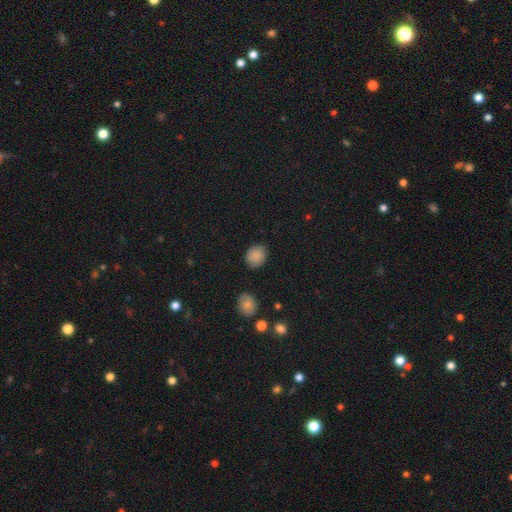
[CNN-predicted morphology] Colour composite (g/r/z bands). It shows a smooth galaxy with no disk features (86%) that is round (71%). Merging: none (84%).